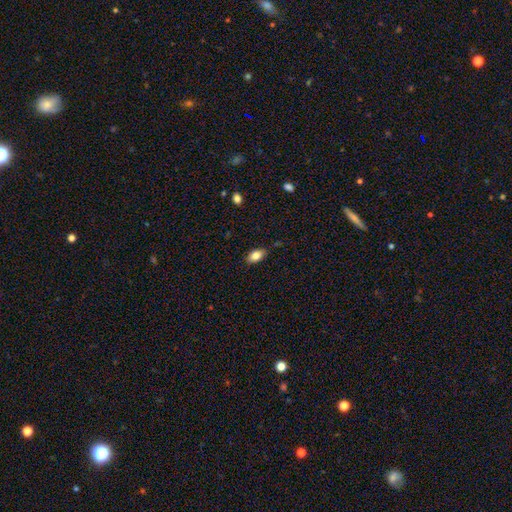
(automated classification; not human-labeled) Smooth or featured? smooth (81%)
How rounded? in between (90%)
Merging? none (82%)